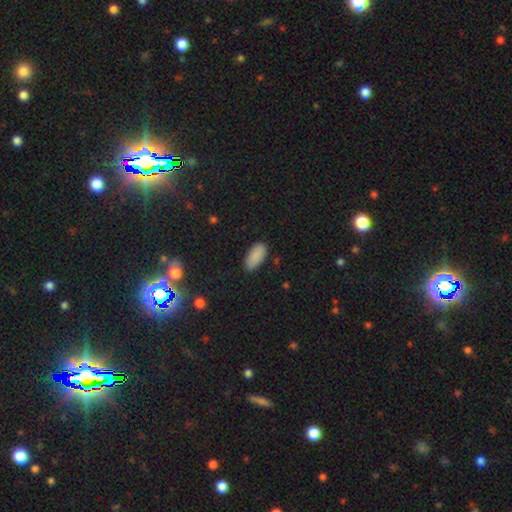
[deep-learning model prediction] smooth 88%, star or artifact 7%, featured or disk 4%. Down the decision tree: how rounded — in between (92%); merging — none (83%).